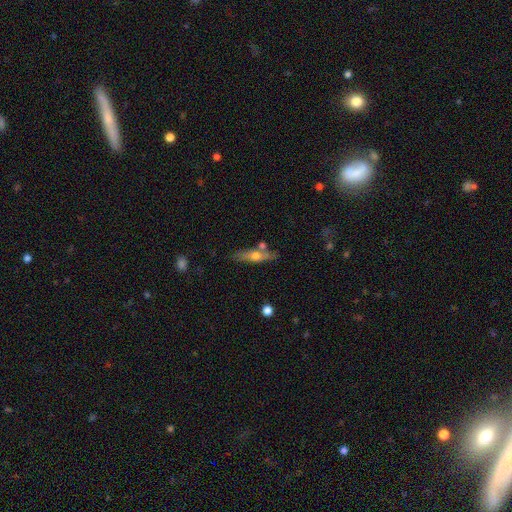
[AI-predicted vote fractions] Smooth or featured: smooth — 48% (featured or disk — 46%)
Merging: none — 65% (minor disturbance — 16%)